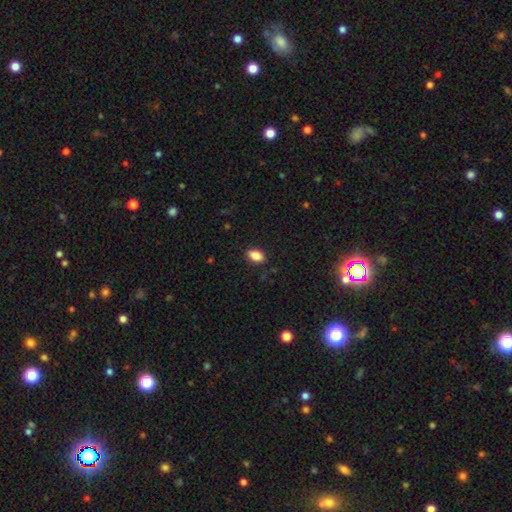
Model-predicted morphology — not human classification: A smooth galaxy with no disk features (86%) that is in between round and cigar-shaped (89%).

Vote fractions:
- Smooth or featured? smooth: 86% / star or artifact: 9% / featured or disk: 5%
- How rounded? in between: 89% / round: 8% / cigar-shaped: 3%
- Merging? none: 87% / minor disturbance: 10% / major disturbance: 2% / merger: 1%